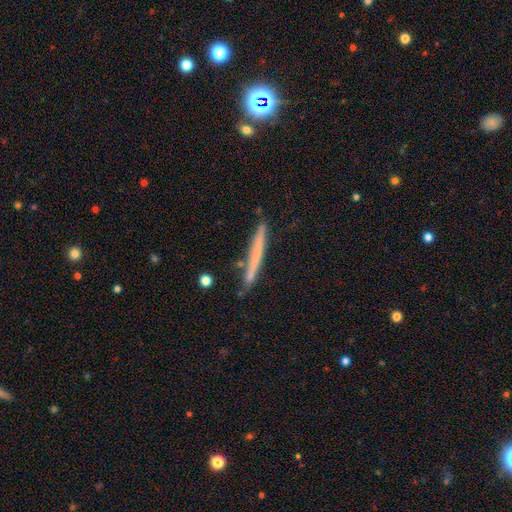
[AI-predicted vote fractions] smooth_or_featured: smooth (p=0.54) [alt: featured or disk p=0.37]
how_rounded: cigar-shaped (p=0.97) [alt: in between p=0.02]
merging: none (p=0.83) [alt: minor disturbance p=0.12]